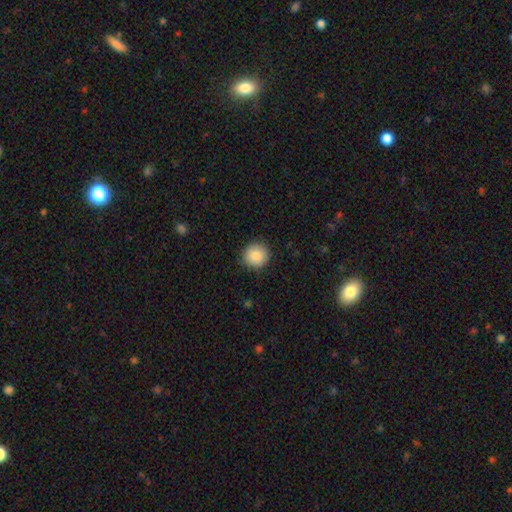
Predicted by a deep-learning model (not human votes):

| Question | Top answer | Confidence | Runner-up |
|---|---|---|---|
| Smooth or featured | smooth | 86% | star or artifact (8%) |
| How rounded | round | 93% | in between (6%) |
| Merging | none | 89% | minor disturbance (8%) |